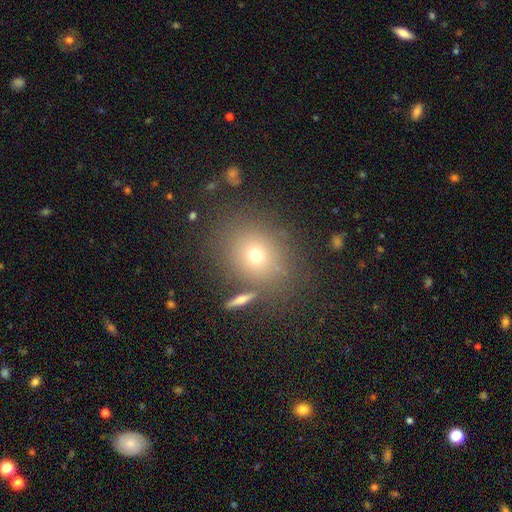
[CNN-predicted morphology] This is likely a smooth galaxy (68%). How rounded: likely round (69%). Merging: likely none (77%).